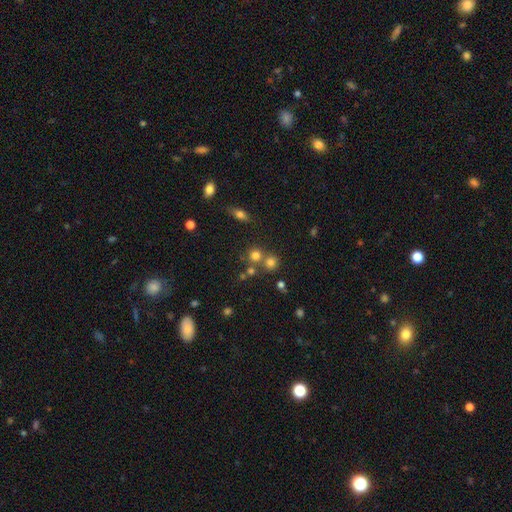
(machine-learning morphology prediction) Overall: smooth (72%). How rounded: round (89%). Merging: none (61%; merger 28%).